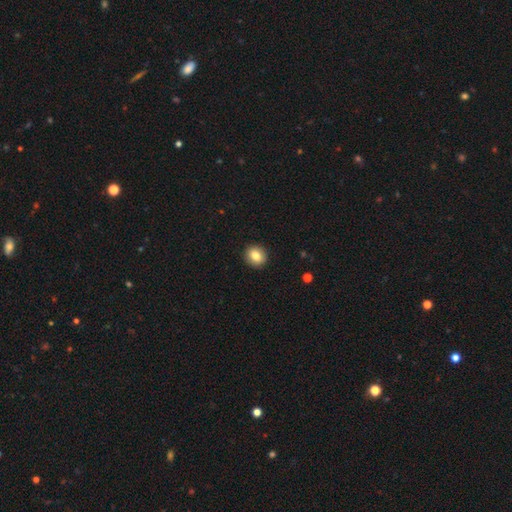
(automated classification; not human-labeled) A smooth galaxy with no disk features (83%) that is round (76%). Merging: none (92%).